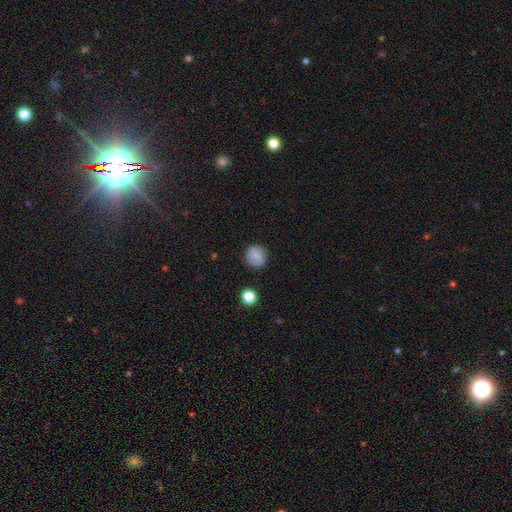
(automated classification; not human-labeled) A smooth galaxy with no disk features (80%) that is round (88%).

Vote fractions:
- Smooth or featured? smooth: 80% / featured or disk: 11% / star or artifact: 9%
- How rounded? round: 88% / in between: 11% / cigar-shaped: 1%
- Merging? none: 86% / minor disturbance: 10% / major disturbance: 3% / merger: 1%